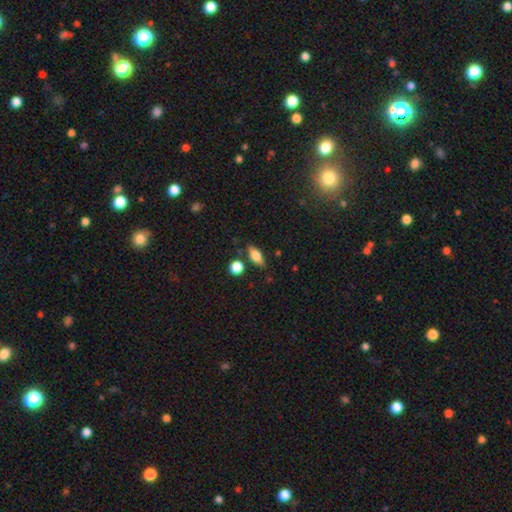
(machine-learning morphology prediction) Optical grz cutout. It shows a smooth galaxy with no disk features (72%) that is in between round and cigar-shaped (77%). Merging: none (80%).